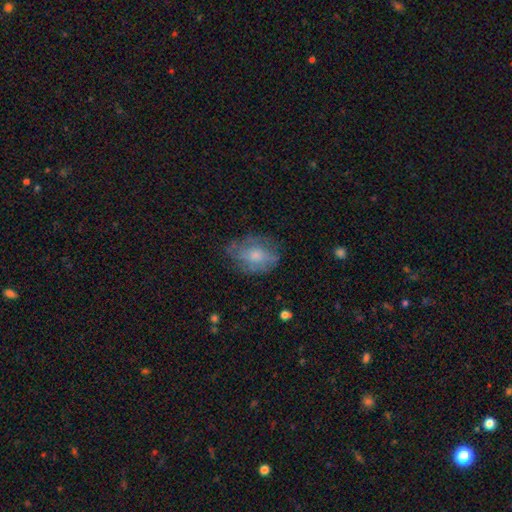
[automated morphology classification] smooth_or_featured: smooth (p=0.54) [alt: featured or disk p=0.37]
how_rounded: in between (p=0.69) [alt: round p=0.29]
merging: none (p=0.60) [alt: minor disturbance p=0.25]